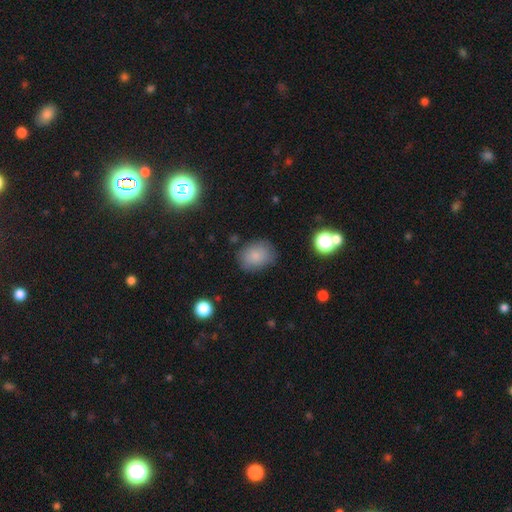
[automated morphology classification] type=smooth (82%); roundness=in between (56%); merging=none (77%).